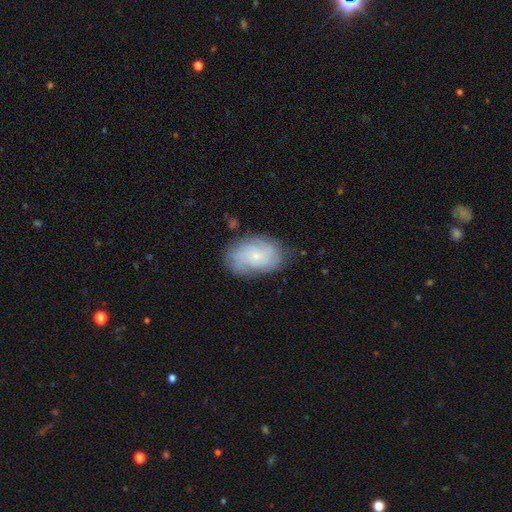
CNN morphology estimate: type=featured or disk (58%); edge-on=no (96%); bar=no (76%); spiral arms=yes (89%); bulge=small (76%); merging=none (75%).